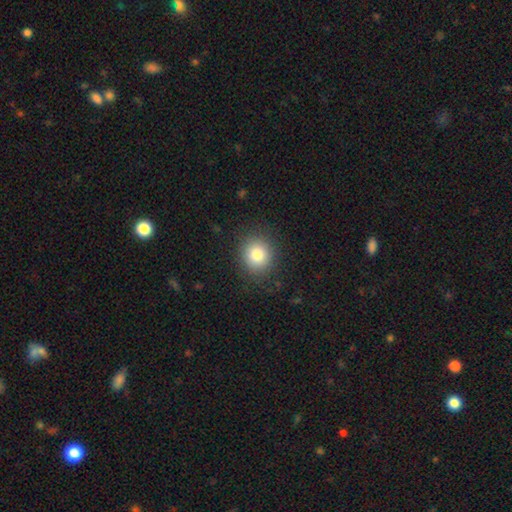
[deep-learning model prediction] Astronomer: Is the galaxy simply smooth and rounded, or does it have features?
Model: smooth — 82%.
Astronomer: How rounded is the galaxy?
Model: round — 84%.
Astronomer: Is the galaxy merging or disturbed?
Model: none — 89%.